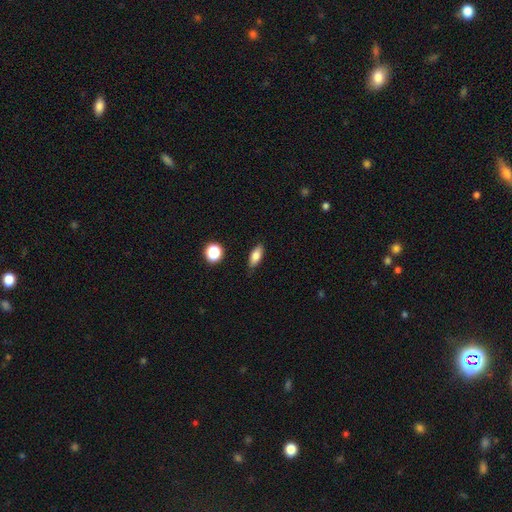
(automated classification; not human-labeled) Smooth or featured? smooth (79%)
How rounded? in between (77%)
Merging? none (83%)